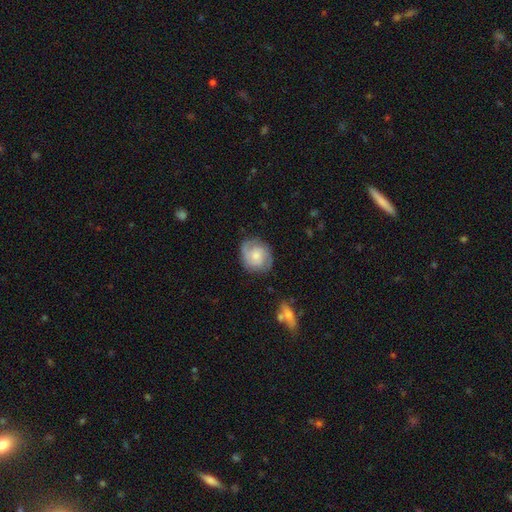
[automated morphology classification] type=featured or disk (63%); edge-on=no (97%); bar=no (67%); spiral arms=yes (92%); winding=tight (44%); arm count=2 (65%); bulge=small (46%); merging=none (76%).